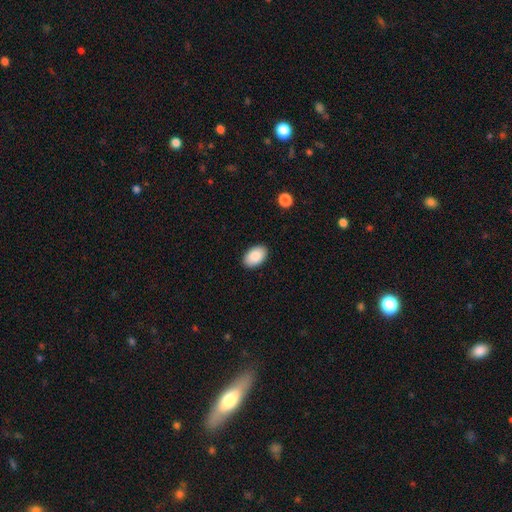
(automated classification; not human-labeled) A smooth galaxy with no disk features (87%) that is in between round and cigar-shaped (93%). Merging: none (89%).